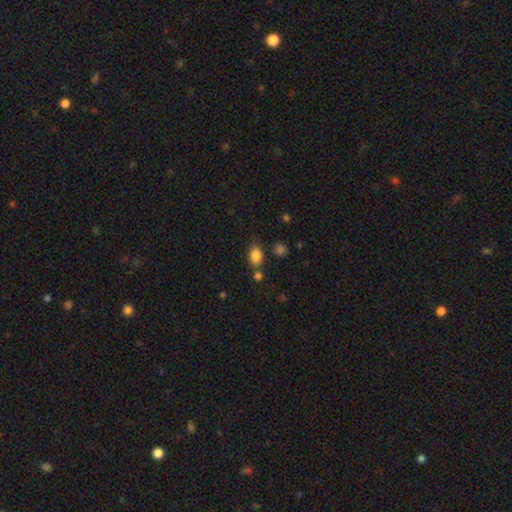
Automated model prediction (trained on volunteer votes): smooth-or-featured: smooth: 84% | star or artifact: 10% | featured or disk: 6%
  how-rounded: in between: 72% | round: 27% | cigar-shaped: 2%
  merging: none: 69% | minor disturbance: 15% | merger: 11% | major disturbance: 4%